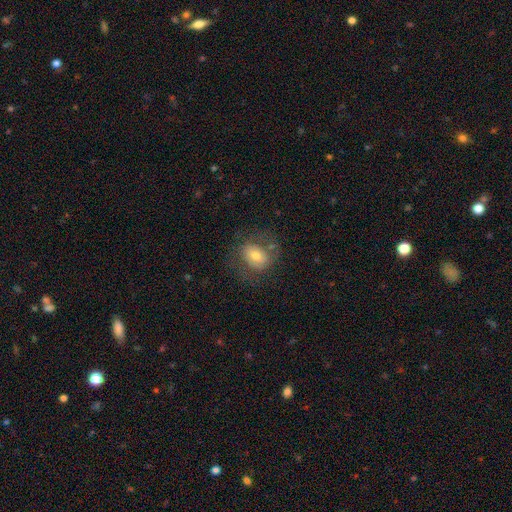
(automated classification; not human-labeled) A smooth galaxy with no disk features (59%) that is in between round and cigar-shaped (53%).

Vote fractions:
- Smooth or featured? smooth: 59% / featured or disk: 31% / star or artifact: 10%
- How rounded? in between: 53% / round: 46% / cigar-shaped: 1%
- Merging? none: 62% / minor disturbance: 19% / major disturbance: 15% / merger: 3%